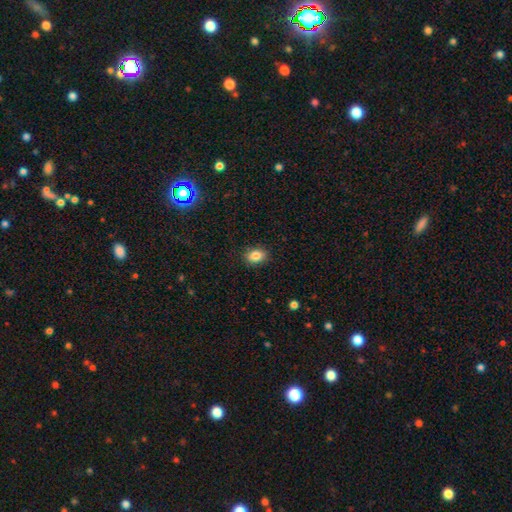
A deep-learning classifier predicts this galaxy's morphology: Smooth or featured: smooth — 84% (star or artifact — 9%)
How rounded: in between — 65% (round — 33%)
Merging: none — 89% (minor disturbance — 8%)